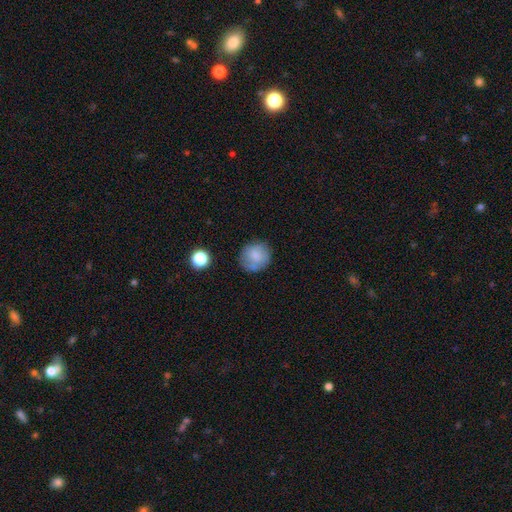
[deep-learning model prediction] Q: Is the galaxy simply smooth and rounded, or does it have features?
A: smooth — 77%.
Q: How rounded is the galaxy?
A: round — 88%.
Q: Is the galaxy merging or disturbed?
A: none — 74%.